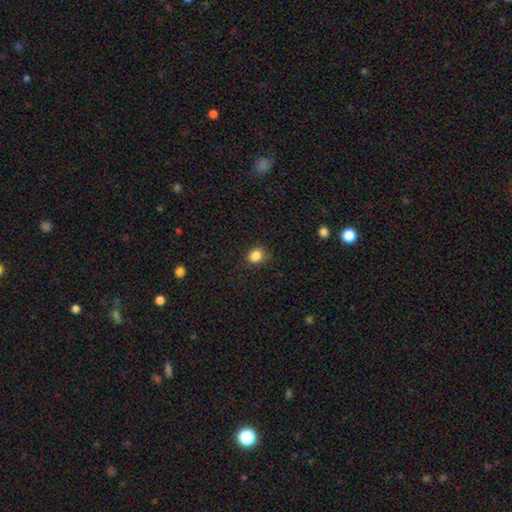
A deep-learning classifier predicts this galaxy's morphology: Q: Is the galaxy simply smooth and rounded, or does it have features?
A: smooth — 85%.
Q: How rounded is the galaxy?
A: round — 68%.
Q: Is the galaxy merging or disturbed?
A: none — 82%.